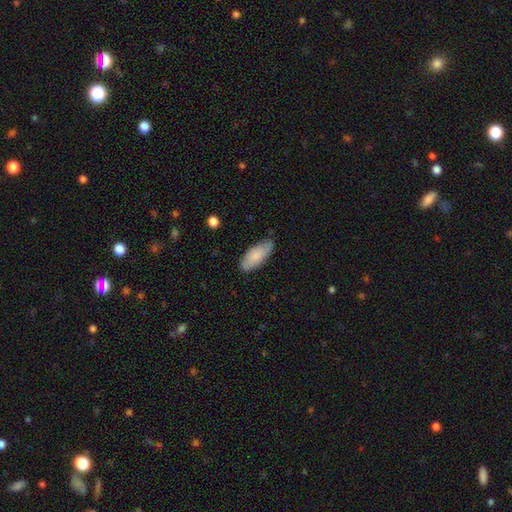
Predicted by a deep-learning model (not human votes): Q: Smooth or featured?
A: smooth (80%); runner-up: featured or disk (15%)
Q: How rounded?
A: in between (80%); runner-up: cigar-shaped (19%)
Q: Merging?
A: none (77%); runner-up: minor disturbance (19%)